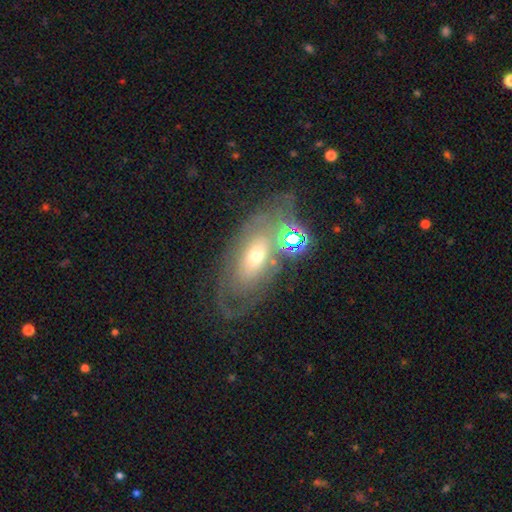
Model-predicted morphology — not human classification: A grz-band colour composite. It shows a featured or disk galaxy (56%). Merging: none (53%).